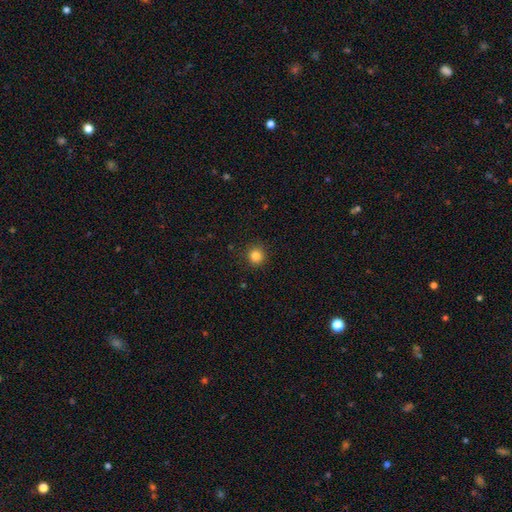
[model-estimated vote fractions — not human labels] Smooth or featured: smooth — 84% (star or artifact — 12%)
How rounded: round — 93% (in between — 6%)
Merging: none — 91% (minor disturbance — 6%)